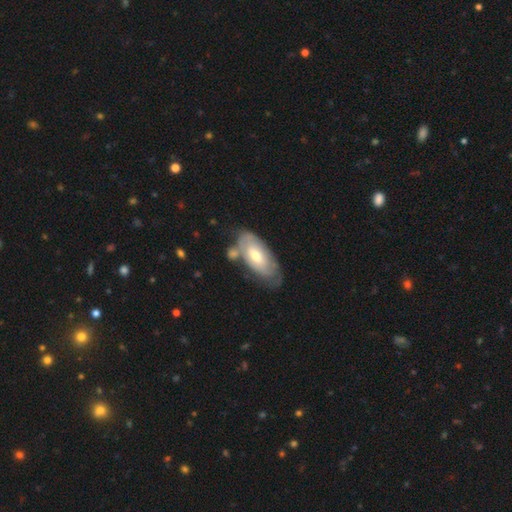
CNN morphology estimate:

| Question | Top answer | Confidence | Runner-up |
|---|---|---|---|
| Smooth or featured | featured or disk | 47% | tied: smooth (47%) |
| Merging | none | 52% | minor disturbance (24%) |